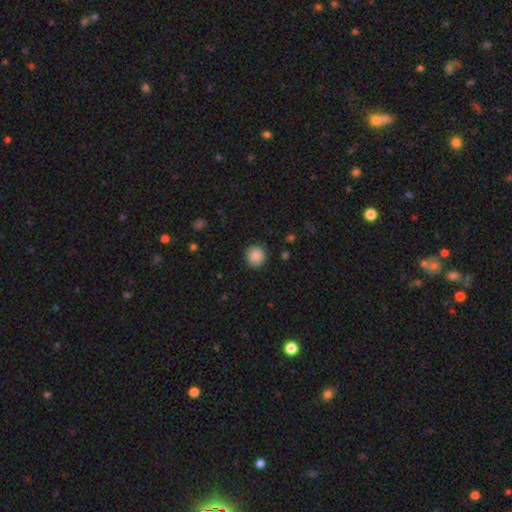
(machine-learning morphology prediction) smooth_or_featured: smooth (p=0.88) [alt: star or artifact p=0.09]
how_rounded: round (p=0.94) [alt: in between p=0.05]
merging: none (p=0.90) [alt: minor disturbance p=0.07]